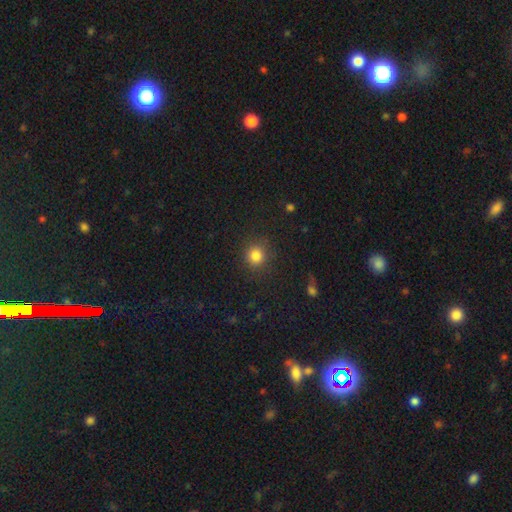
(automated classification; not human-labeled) Smooth or featured: smooth — 83% (star or artifact — 12%)
How rounded: round — 90% (in between — 9%)
Merging: none — 87% (minor disturbance — 8%)